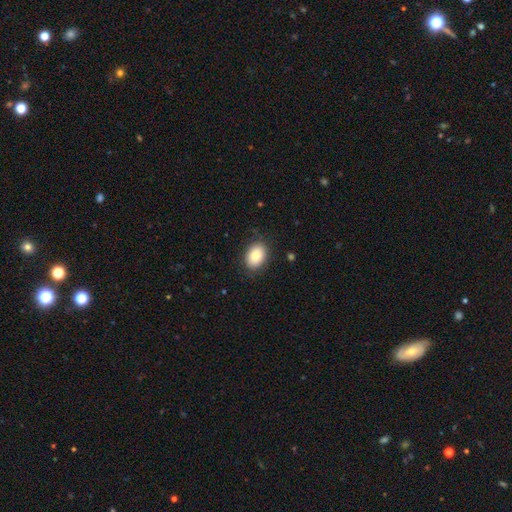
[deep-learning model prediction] smooth-or-featured: smooth: 83% | featured or disk: 9% | star or artifact: 8%
  how-rounded: in between: 75% | round: 24% | cigar-shaped: 1%
  merging: none: 85% | minor disturbance: 11% | major disturbance: 3% | merger: 1%